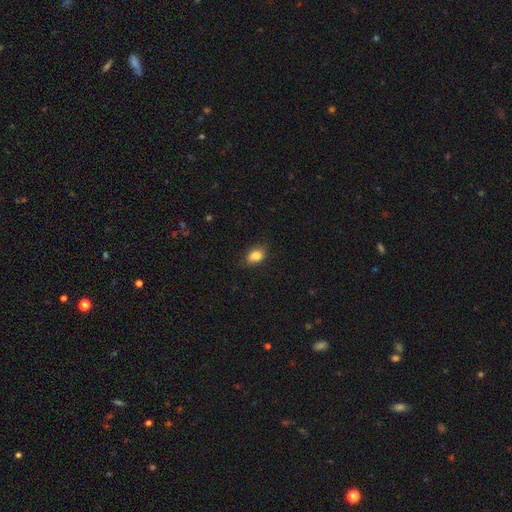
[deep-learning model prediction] The model was most divided on "how rounded": in between: 77%, round: 21%, cigar-shaped: 2%. More confident: smooth or featured — smooth (86%); merging — none (81%).